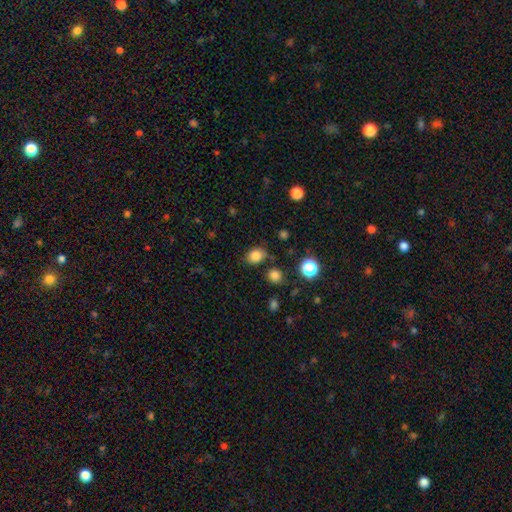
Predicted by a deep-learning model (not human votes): A smooth galaxy with no disk features (82%) that is round (55%). Merging: none (73%).